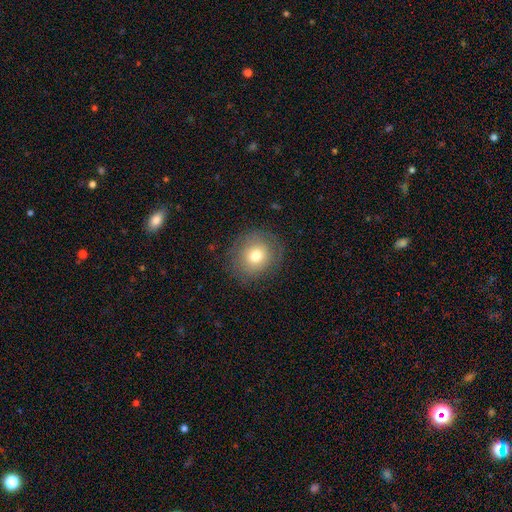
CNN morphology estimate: A smooth galaxy with no disk features (74%) that is round (83%).

Vote fractions:
- Smooth or featured? smooth: 74% / featured or disk: 15% / star or artifact: 11%
- How rounded? round: 83% / in between: 16% / cigar-shaped: 1%
- Merging? none: 84% / minor disturbance: 10% / major disturbance: 4% / merger: 1%